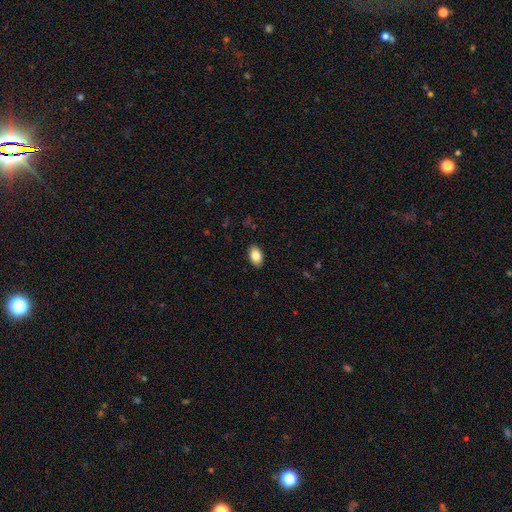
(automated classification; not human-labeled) This appears to be a smooth galaxy with no disk features (85%) that is in between round and cigar-shaped (91%). Merging: none (89%).